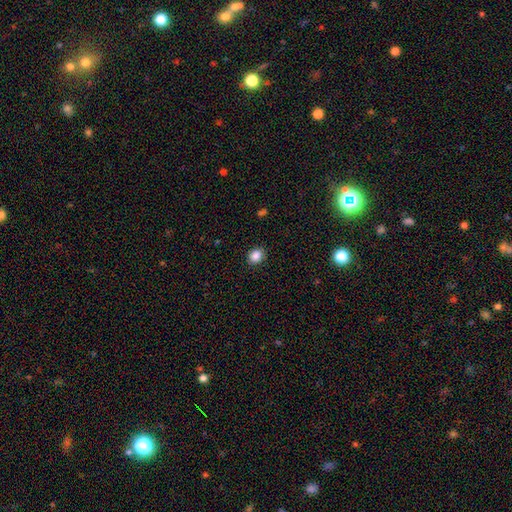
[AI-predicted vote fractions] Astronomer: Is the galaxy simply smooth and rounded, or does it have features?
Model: smooth — 87%.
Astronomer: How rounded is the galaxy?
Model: round — 61% (runner-up: in between, 38%).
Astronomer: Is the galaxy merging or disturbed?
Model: none — 90%.